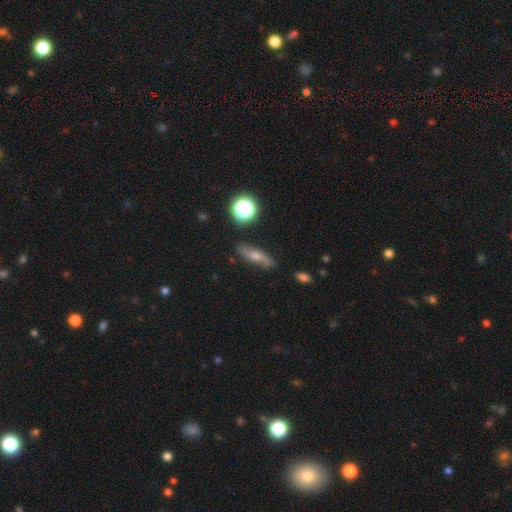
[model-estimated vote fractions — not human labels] Overall: smooth (48%; featured or disk 39%). Merging: none (83%).